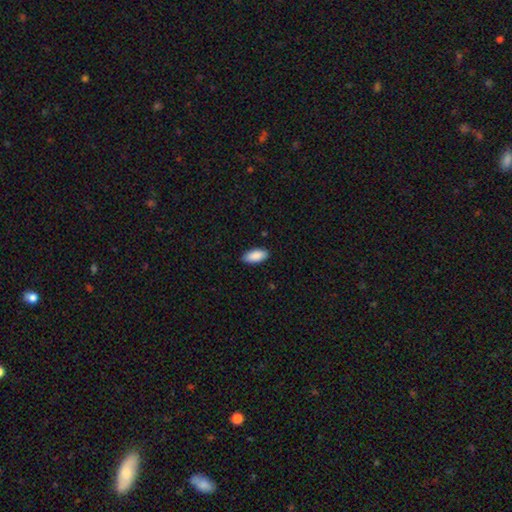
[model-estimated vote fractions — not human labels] smooth-or-featured: smooth: 90% | star or artifact: 6% | featured or disk: 4%
  how-rounded: in between: 91% | cigar-shaped: 7% | round: 2%
  merging: none: 87% | minor disturbance: 10% | major disturbance: 2% | merger: 1%